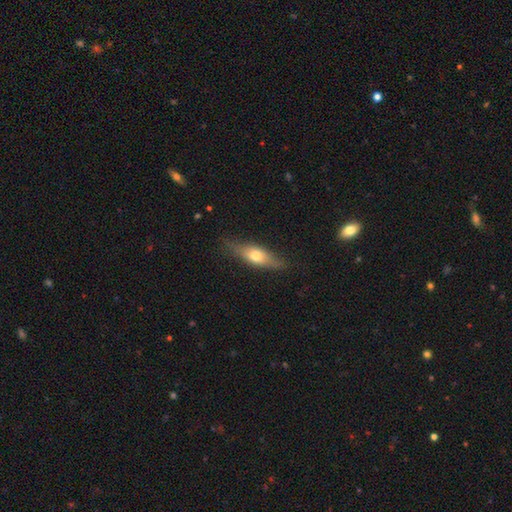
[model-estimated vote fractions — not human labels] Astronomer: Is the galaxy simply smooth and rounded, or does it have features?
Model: smooth — 53% (runner-up: featured or disk, 41%).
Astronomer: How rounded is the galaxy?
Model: in between — 52% (runner-up: cigar-shaped, 44%).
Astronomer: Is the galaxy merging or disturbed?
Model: none — 78%.